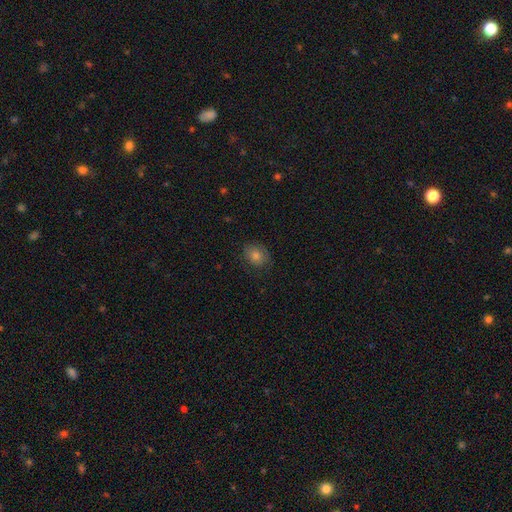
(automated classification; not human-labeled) Q: Smooth or featured?
A: smooth (75%); runner-up: star or artifact (15%)
Q: How rounded?
A: round (62%); runner-up: in between (37%)
Q: Merging?
A: none (83%); runner-up: minor disturbance (13%)